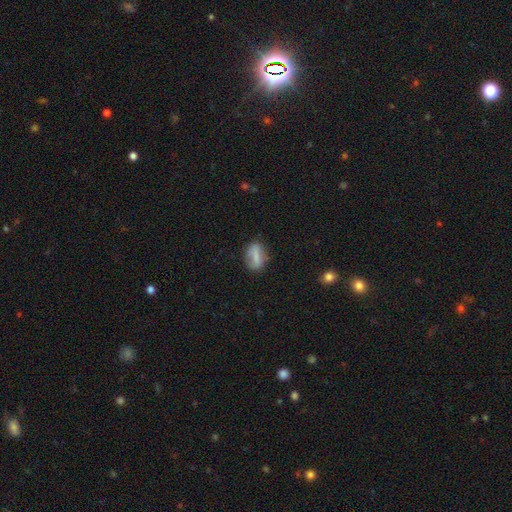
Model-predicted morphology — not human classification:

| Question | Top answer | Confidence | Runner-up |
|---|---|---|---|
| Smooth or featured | smooth | 67% | featured or disk (25%) |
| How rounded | in between | 77% | round (14%) |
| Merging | none | 72% | minor disturbance (20%) |